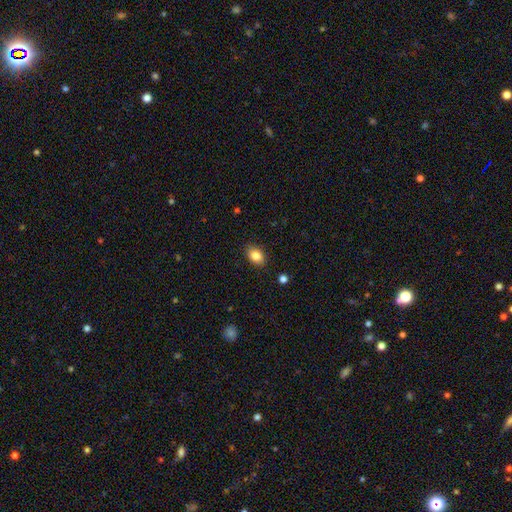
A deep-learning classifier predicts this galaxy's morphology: This appears to be a smooth galaxy with no disk features (84%) that is in between round and cigar-shaped (77%). Merging: none (87%).